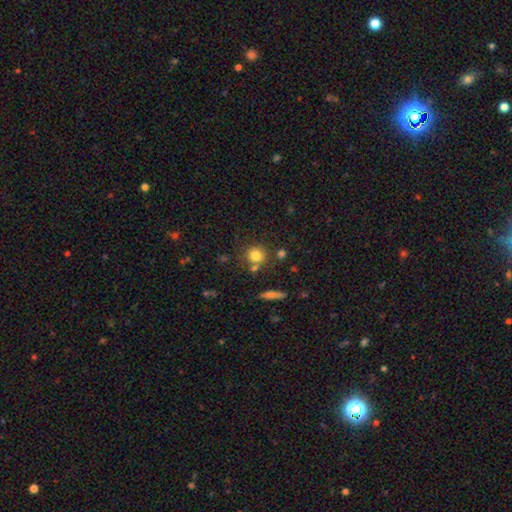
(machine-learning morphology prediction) Smooth or featured: smooth — 80% (star or artifact — 12%)
How rounded: round — 88% (in between — 10%)
Merging: none — 73% (merger — 13%)